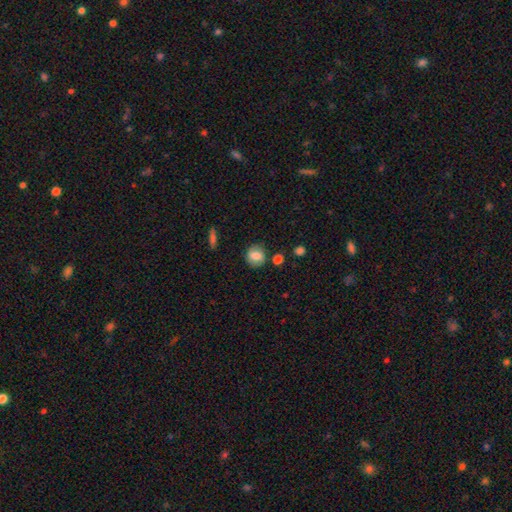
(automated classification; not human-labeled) smooth-or-featured: smooth: 79% | featured or disk: 13% | star or artifact: 9%
  how-rounded: round: 71% | in between: 28% | cigar-shaped: 1%
  merging: none: 79% | minor disturbance: 13% | merger: 4% | major disturbance: 4%